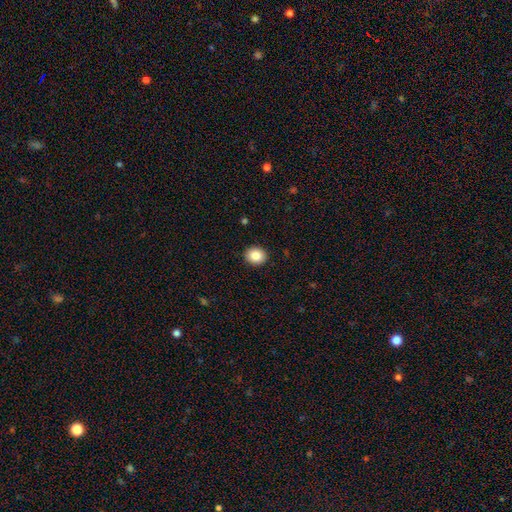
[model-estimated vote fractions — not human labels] A smooth galaxy with no disk features (84%) that is round (76%).

Vote fractions:
- Smooth or featured? smooth: 84% / star or artifact: 9% / featured or disk: 7%
- How rounded? round: 76% / in between: 23% / cigar-shaped: 1%
- Merging? none: 92% / minor disturbance: 6% / major disturbance: 2% / merger: 1%